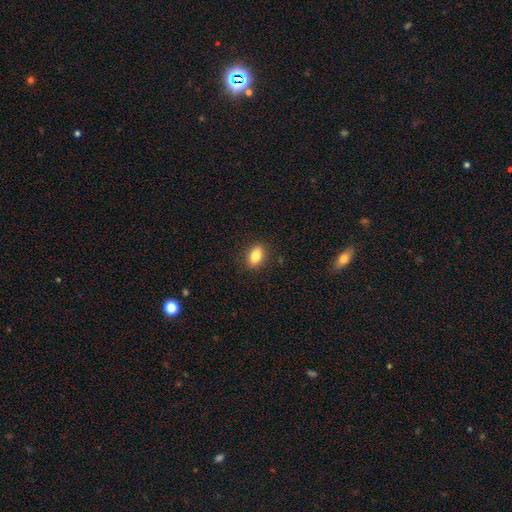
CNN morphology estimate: A smooth galaxy with no disk features (83%) that is in between round and cigar-shaped (82%).

Vote fractions:
- Smooth or featured? smooth: 83% / star or artifact: 9% / featured or disk: 8%
- How rounded? in between: 82% / round: 15% / cigar-shaped: 3%
- Merging? none: 89% / minor disturbance: 8% / major disturbance: 2% / merger: 1%